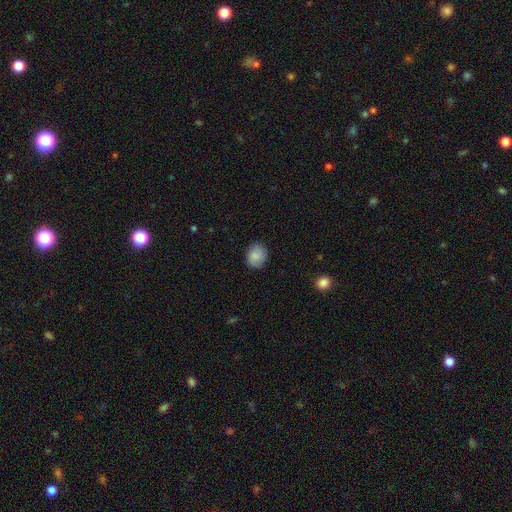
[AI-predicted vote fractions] A smooth galaxy with no disk features (79%) that is round (67%). Merging: none (82%).